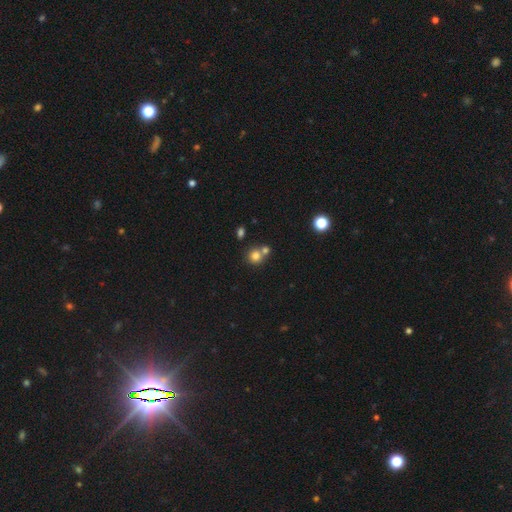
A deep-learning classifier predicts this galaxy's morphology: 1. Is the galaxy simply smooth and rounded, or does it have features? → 78% smooth, 12% star or artifact, 9% featured or disk.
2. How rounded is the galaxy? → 87% round, 12% in between, 1% cigar-shaped.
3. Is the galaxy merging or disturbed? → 54% none, 35% merger, 8% minor disturbance, 3% major disturbance.